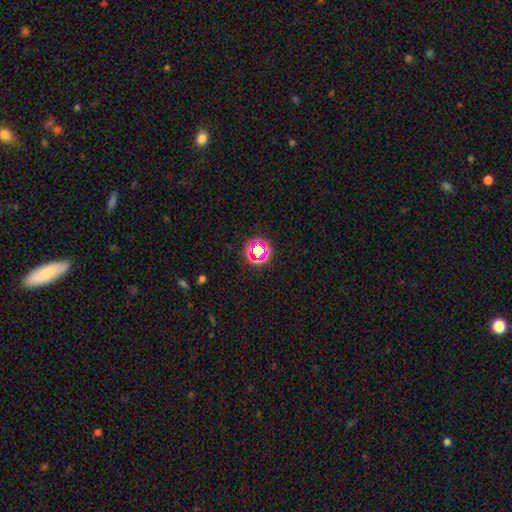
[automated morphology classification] The model was most divided on "smooth or featured": star or artifact: 58%, smooth: 31%, featured or disk: 11%.